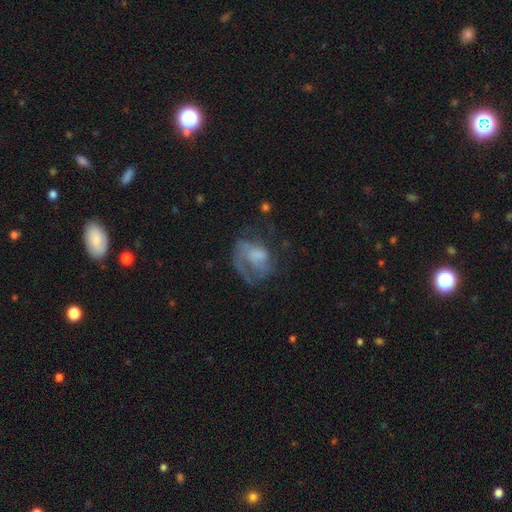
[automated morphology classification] Smooth or featured: featured or disk — 60% (smooth — 31%)
Edge-on disk: no — 97% (yes — 3%)
Bar: no — 64% (weak — 29%)
Spiral arms: yes — 70% (no — 30%)
Bulge size: none — 33% (moderate — 28%)
Merging: major disturbance — 39% (none — 37%)